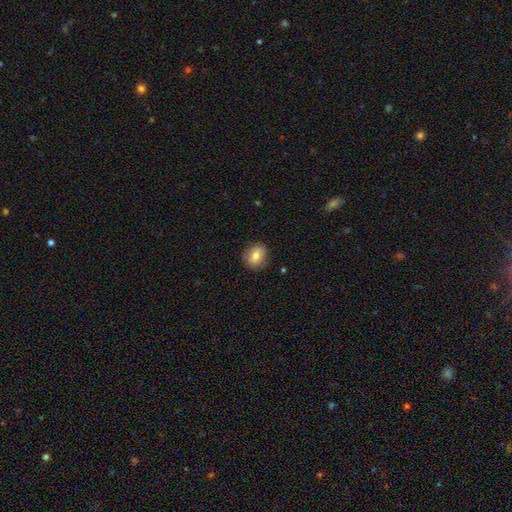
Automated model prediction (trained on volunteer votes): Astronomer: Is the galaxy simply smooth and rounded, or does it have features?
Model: smooth — 74%.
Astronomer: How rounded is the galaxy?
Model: round — 71%.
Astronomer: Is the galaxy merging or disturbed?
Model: none — 85%.